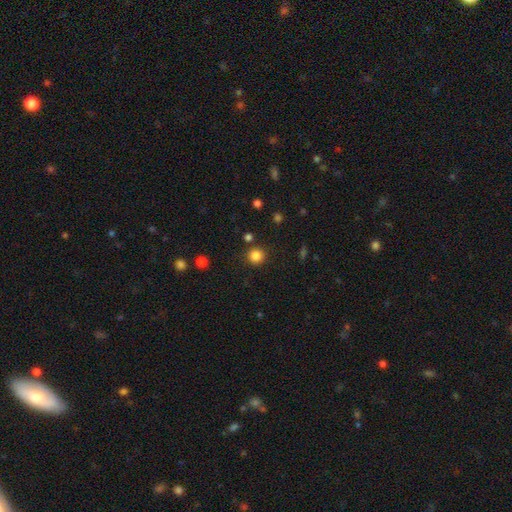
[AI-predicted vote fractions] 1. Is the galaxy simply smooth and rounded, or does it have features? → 84% smooth, 12% star or artifact, 4% featured or disk.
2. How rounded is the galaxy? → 94% round, 5% in between, 1% cigar-shaped.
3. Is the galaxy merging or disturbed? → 89% none, 6% minor disturbance, 3% merger, 2% major disturbance.